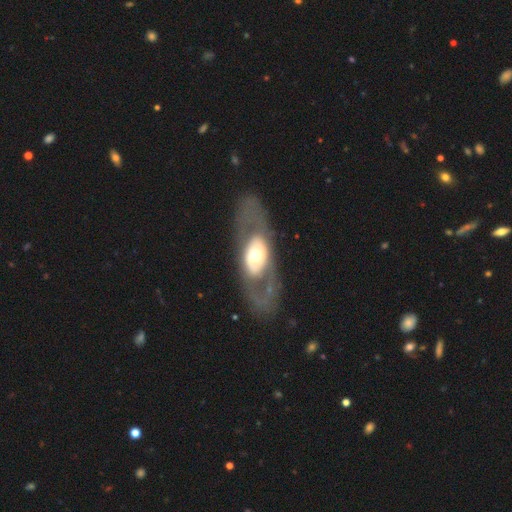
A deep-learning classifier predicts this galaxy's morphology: type=featured or disk (65%); edge-on=no (85%); bar=no (79%); spiral arms=no (77%); bulge=moderate (55%); merging=none (72%).